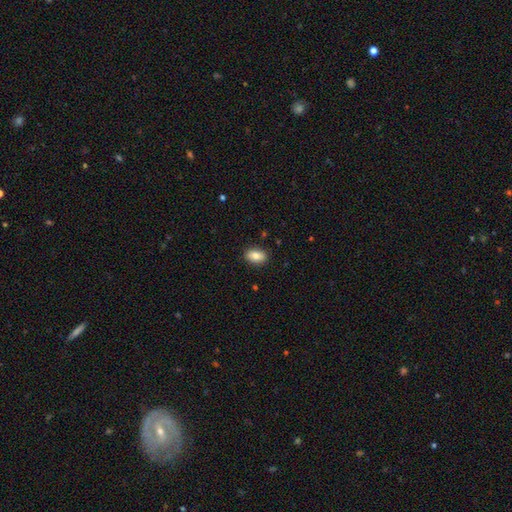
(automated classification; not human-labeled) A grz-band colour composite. It shows a smooth galaxy with no disk features (83%) that is in between round and cigar-shaped (87%). Merging: none (88%).